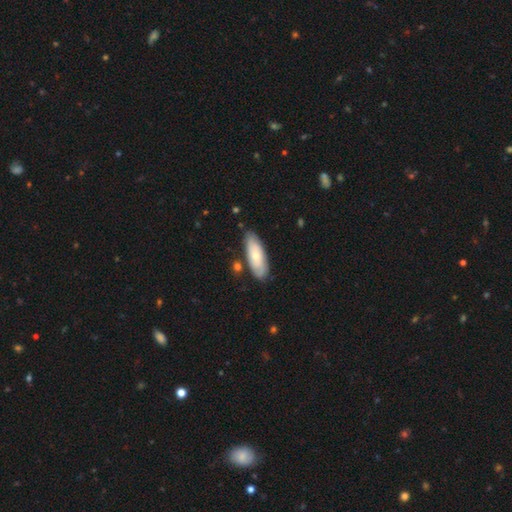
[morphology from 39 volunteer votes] Smooth or featured: smooth — 62% (featured or disk — 33%)
How rounded: in between — 92% (cigar-shaped — 8%)
Merging: none — 76% (minor disturbance — 19%)